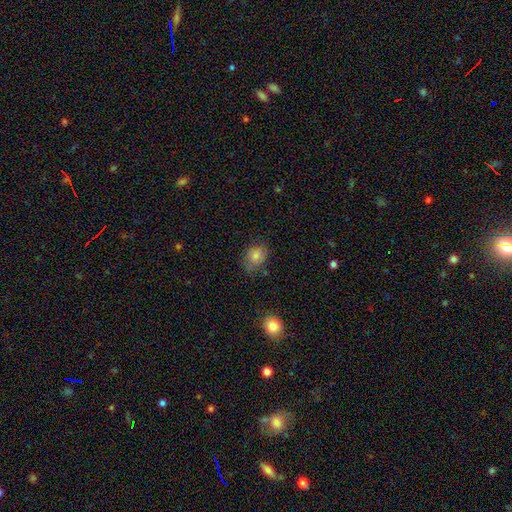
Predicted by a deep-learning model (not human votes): Smooth or featured?
  - smooth: 72% *
  - star or artifact: 15%
  - featured or disk: 13%
How rounded?
  - in between: 50% *
  - round: 49%
  - cigar-shaped: 1%
Merging?
  - none: 68% *
  - minor disturbance: 23%
  - major disturbance: 7%
  - merger: 2%